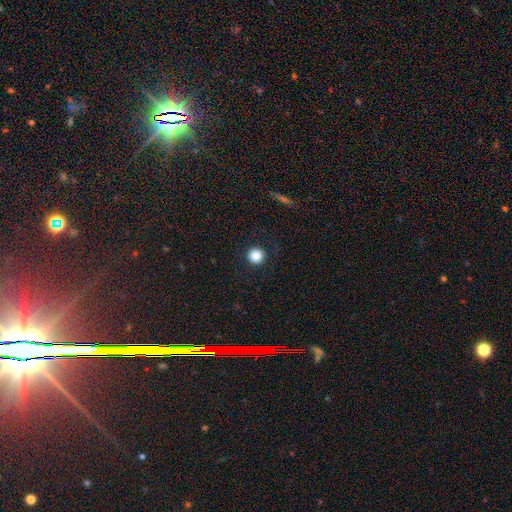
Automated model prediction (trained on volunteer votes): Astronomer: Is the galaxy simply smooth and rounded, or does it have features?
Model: smooth — 86%.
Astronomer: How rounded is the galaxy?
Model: round — 95%.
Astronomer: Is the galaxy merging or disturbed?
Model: none — 92%.